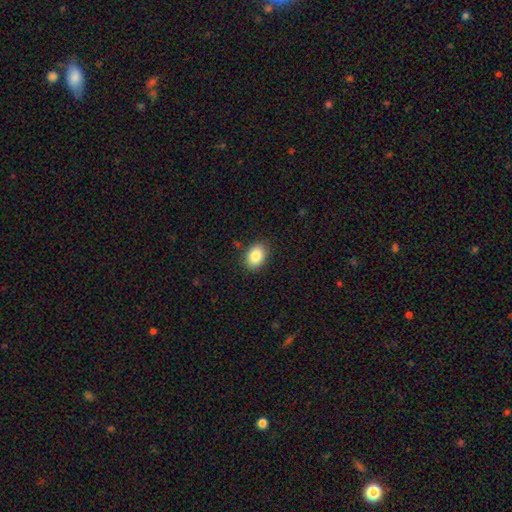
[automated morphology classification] The model was most divided on "how rounded": in between: 78%, round: 21%, cigar-shaped: 1%. More confident: merging — none (86%); smooth or featured — smooth (86%).